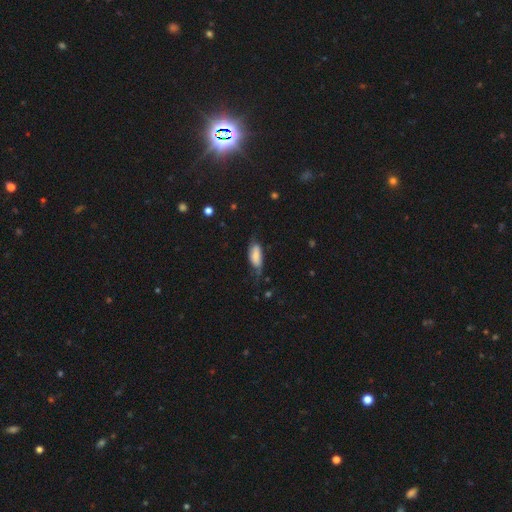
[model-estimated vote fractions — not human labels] smooth-or-featured: smooth: 64% | featured or disk: 28% | star or artifact: 7%
  how-rounded: in between: 80% | cigar-shaped: 17% | round: 3%
  merging: none: 44% | minor disturbance: 34% | major disturbance: 20% | merger: 2%